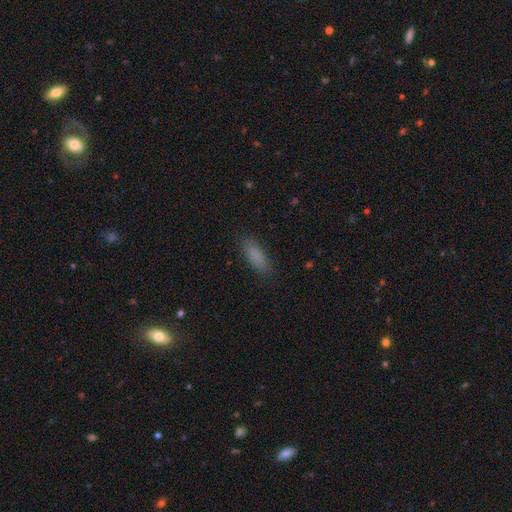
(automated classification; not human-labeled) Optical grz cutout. It shows a smooth galaxy with no disk features (85%) that is in between round and cigar-shaped (52%). Merging: none (87%).